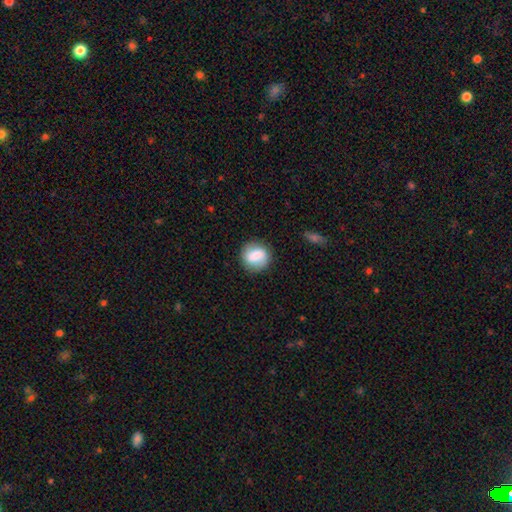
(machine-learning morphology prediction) A smooth galaxy with no disk features (77%) that is round (82%).

Vote fractions:
- Smooth or featured? smooth: 77% / featured or disk: 16% / star or artifact: 7%
- How rounded? round: 82% / in between: 17% / cigar-shaped: 1%
- Merging? none: 82% / minor disturbance: 12% / major disturbance: 4% / merger: 2%